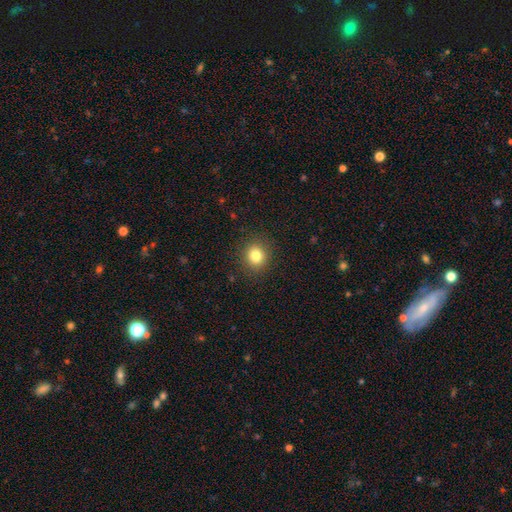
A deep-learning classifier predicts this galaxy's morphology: Smooth or featured? Predicted: smooth (p=0.82). How rounded? Predicted: round (p=0.84). Merging? Predicted: none (p=0.90).